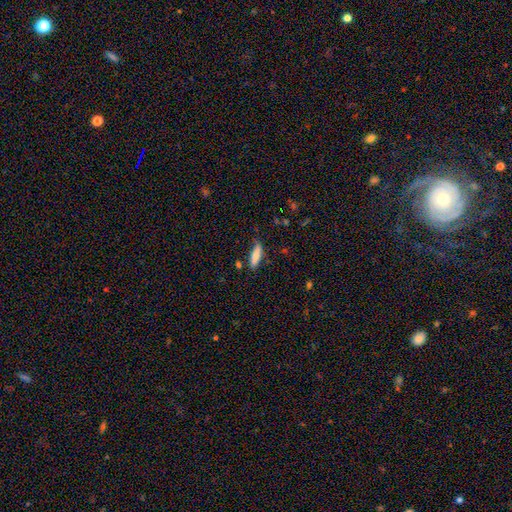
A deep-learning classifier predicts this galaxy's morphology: Smooth or featured: smooth — 70% (featured or disk — 24%)
How rounded: cigar-shaped — 58% (in between — 40%)
Merging: none — 74% (minor disturbance — 19%)